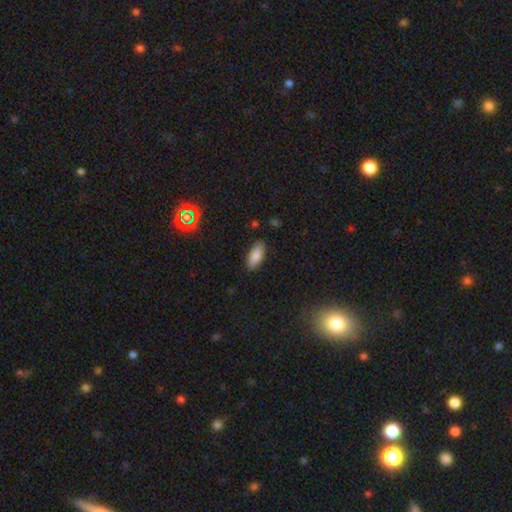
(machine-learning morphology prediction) A smooth galaxy with no disk features (84%) that is in between round and cigar-shaped (82%). Merging: none (86%).